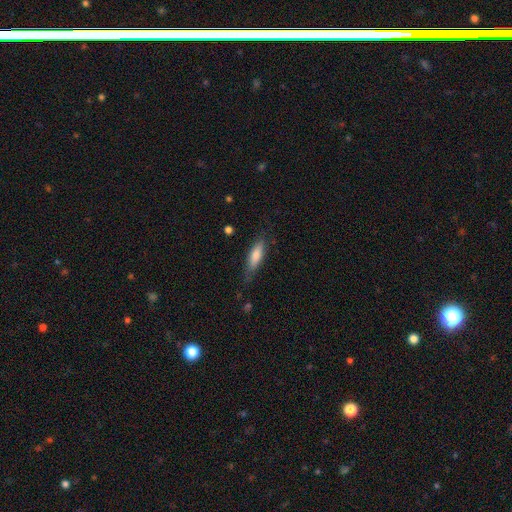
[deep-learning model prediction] Morphology: type=smooth (74%); roundness=cigar-shaped (52%); merging=none (71%).